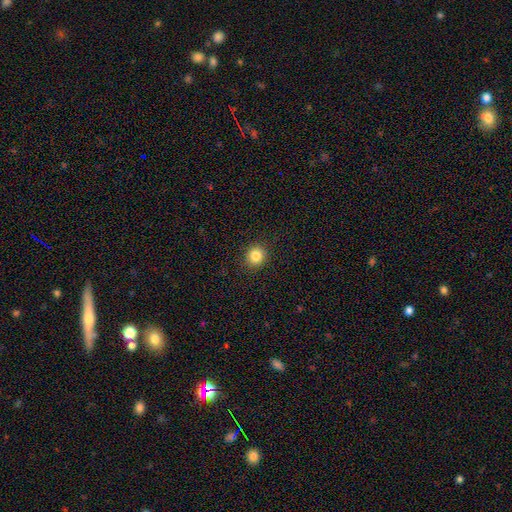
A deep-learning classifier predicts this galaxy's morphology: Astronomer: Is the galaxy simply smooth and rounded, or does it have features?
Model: smooth — 85%.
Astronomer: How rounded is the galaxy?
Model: round — 88%.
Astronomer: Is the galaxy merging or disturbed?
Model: none — 91%.